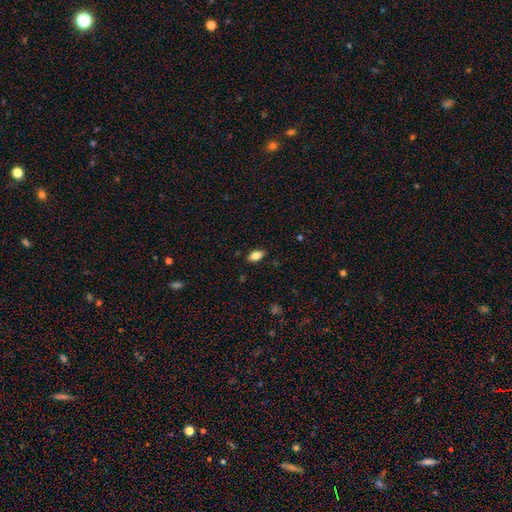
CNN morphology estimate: A smooth galaxy with no disk features (81%) that is in between round and cigar-shaped (89%). Merging: none (86%).